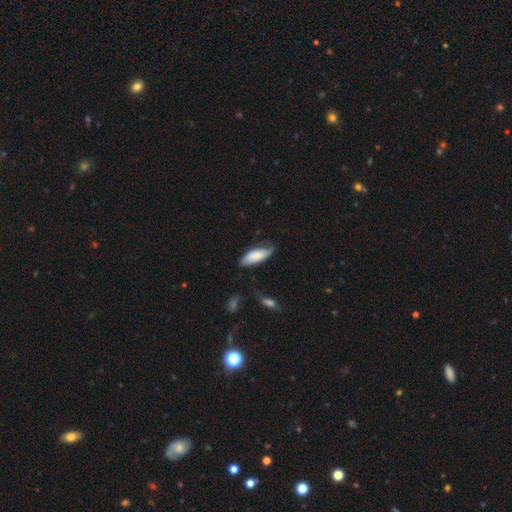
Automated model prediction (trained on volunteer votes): Morphology: type=smooth (78%); roundness=in between (76%); merging=none (65%).